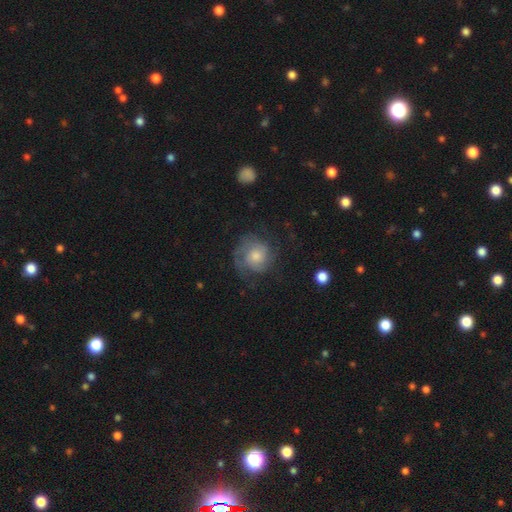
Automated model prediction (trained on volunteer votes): A featured or disk galaxy (67%) with no bar (78%), 2 (36%) tight (54%) spiral arms (91%) and a moderate central bulge (55%). Merging: none (68%).